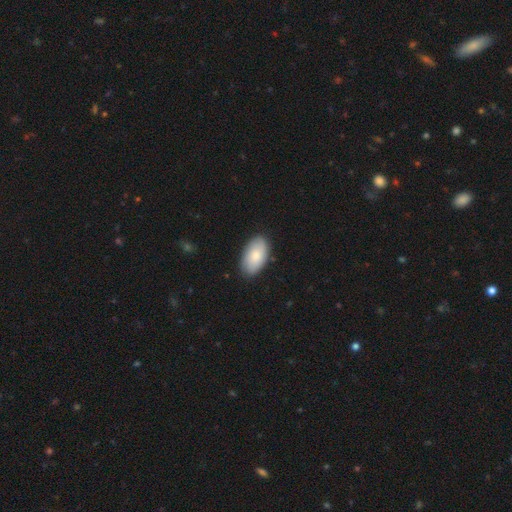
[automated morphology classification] smooth 77%, featured or disk 17%, star or artifact 6%. Down the decision tree: how rounded — in between (95%); merging — none (84%).